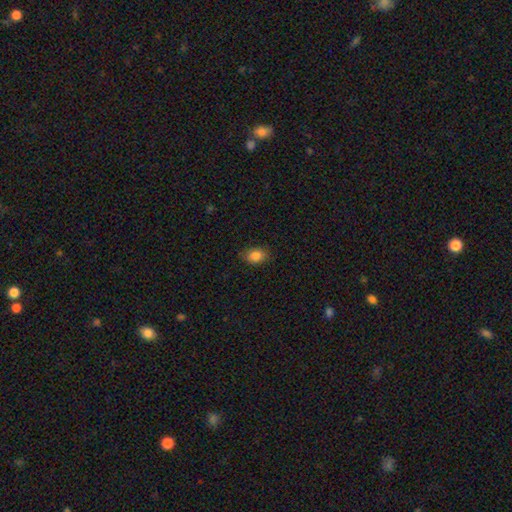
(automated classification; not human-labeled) smooth 86%, star or artifact 9%, featured or disk 5%. Down the decision tree: how rounded — in between (74%); merging — none (84%).